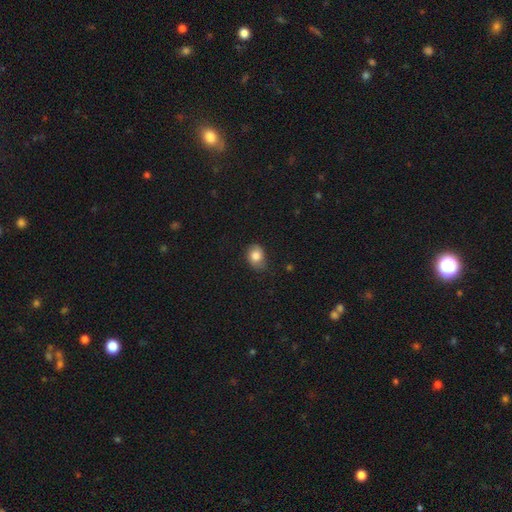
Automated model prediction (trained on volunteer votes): Q: Smooth or featured?
A: smooth (82%); runner-up: featured or disk (9%)
Q: How rounded?
A: in between (59%); runner-up: round (40%)
Q: Merging?
A: none (67%); runner-up: minor disturbance (26%)